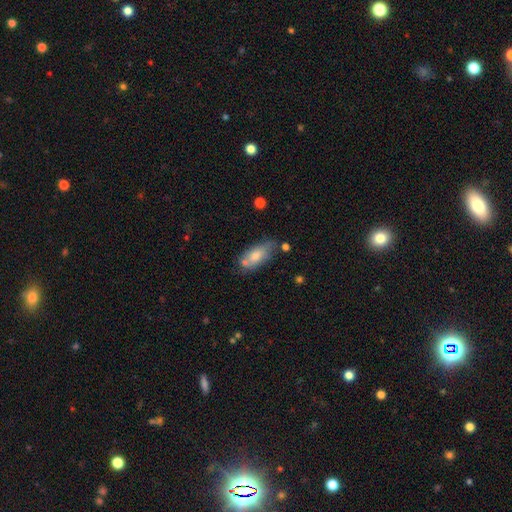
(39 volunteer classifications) Smooth or featured? smooth (79%)
How rounded? in between (87%)
Merging? none (63%)